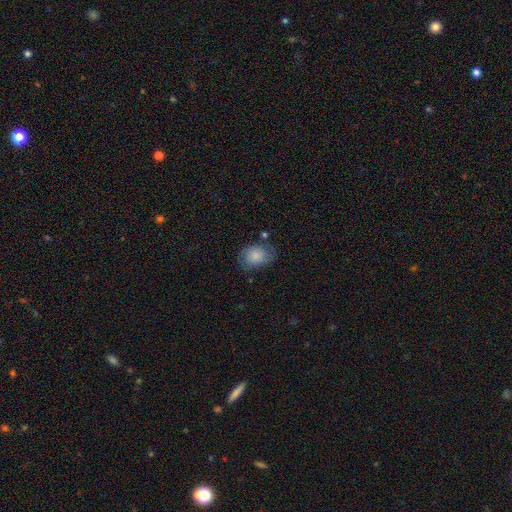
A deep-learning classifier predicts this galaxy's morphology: Overall: smooth (81%). How rounded: in between (66%; round 33%). Merging: none (64%; minor disturbance 24%).